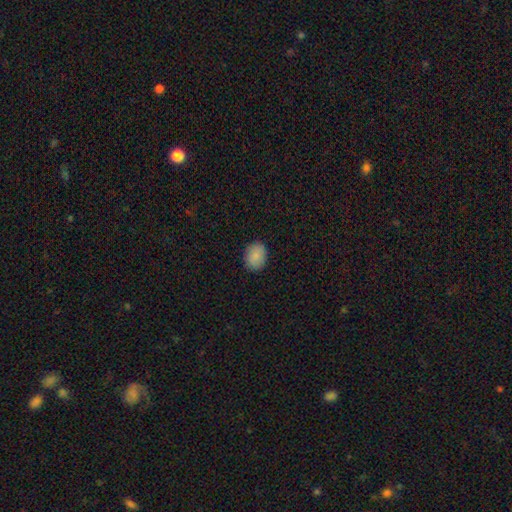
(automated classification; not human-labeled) Smooth or featured? smooth (87%)
How rounded? in between (52%)
Merging? none (89%)